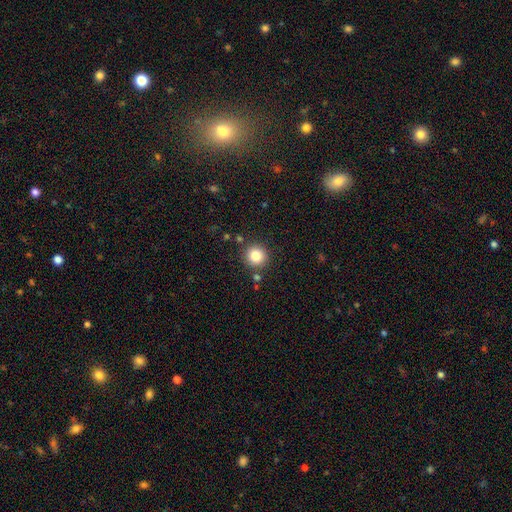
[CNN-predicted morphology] Smooth or featured? Predicted: smooth (p=0.82). How rounded? Predicted: round (p=0.94). Merging? Predicted: none (p=0.87).